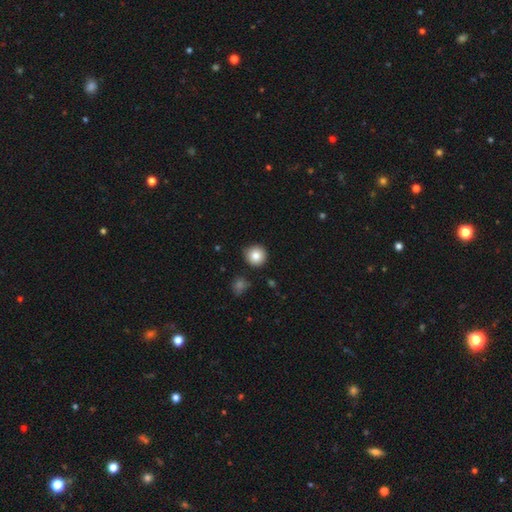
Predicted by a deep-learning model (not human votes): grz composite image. It shows a smooth galaxy with no disk features (84%) that is round (94%). Merging: none (87%).